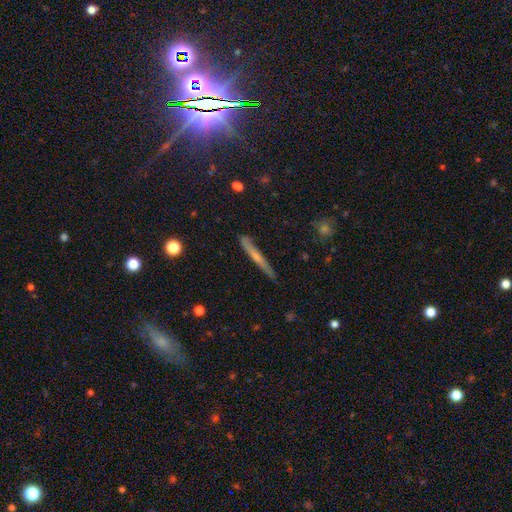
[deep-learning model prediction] smooth-or-featured: featured or disk: 50% | smooth: 43% | star or artifact: 7%
  merging: none: 82% | minor disturbance: 14% | major disturbance: 2% | merger: 2%